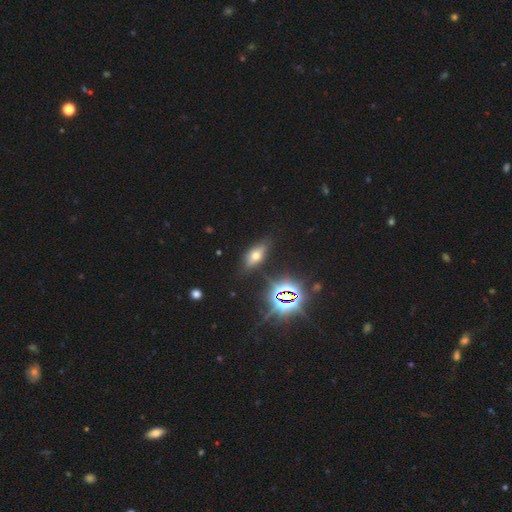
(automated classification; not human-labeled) smooth 48%, star or artifact 28%, featured or disk 24%. Down the decision tree: merging — none (79%).